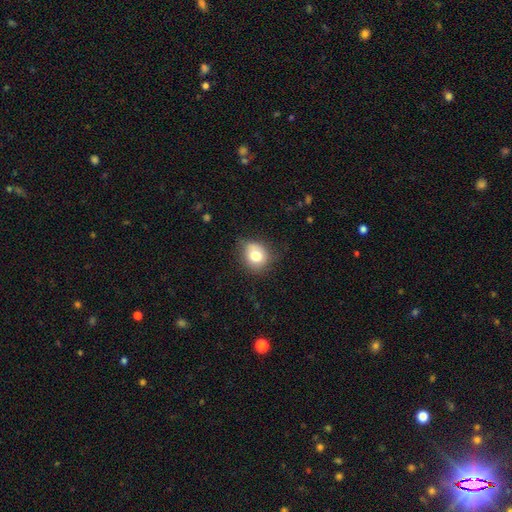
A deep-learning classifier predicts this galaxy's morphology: type=smooth (77%); roundness=round (72%); merging=none (69%).